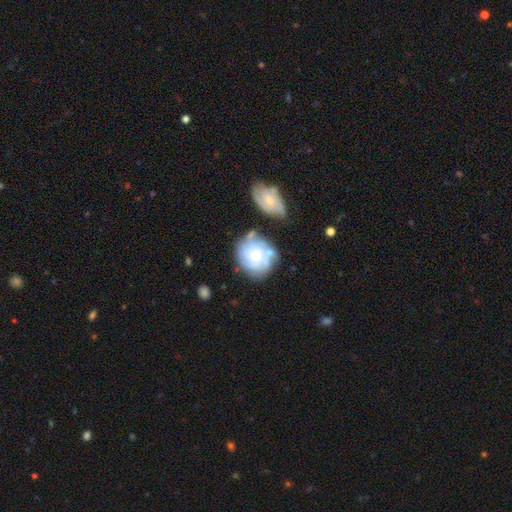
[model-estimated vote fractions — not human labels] This appears to be a featured or disk galaxy (66%) with no bar (80%), tight (63%) spiral arms (84%) and a small central bulge (54%). Merging: none (55%).